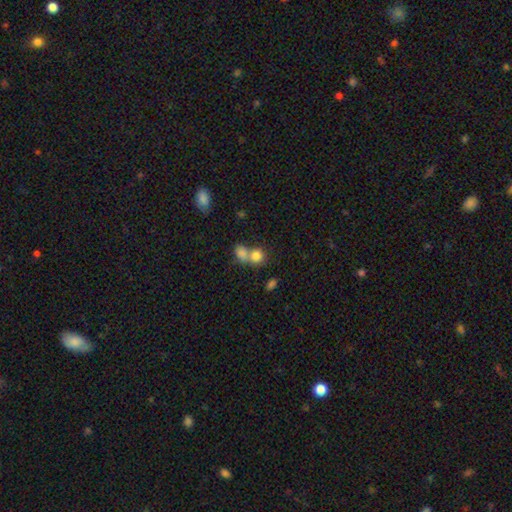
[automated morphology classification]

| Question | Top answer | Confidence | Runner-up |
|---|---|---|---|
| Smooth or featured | smooth | 81% | star or artifact (10%) |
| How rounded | round | 74% | in between (25%) |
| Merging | merger | 54% | none (36%) |